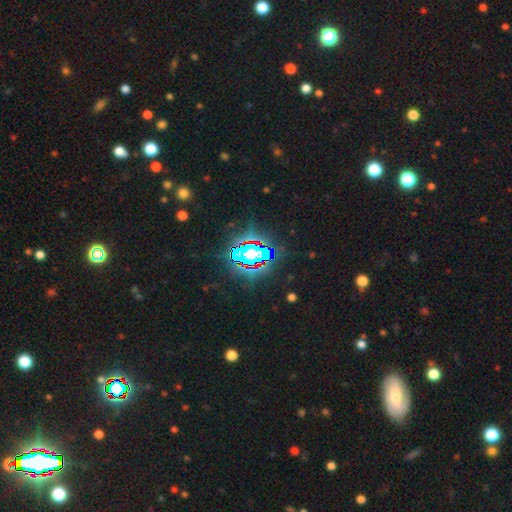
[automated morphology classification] smooth-or-featured: star or artifact: 81% | smooth: 11% | featured or disk: 8%